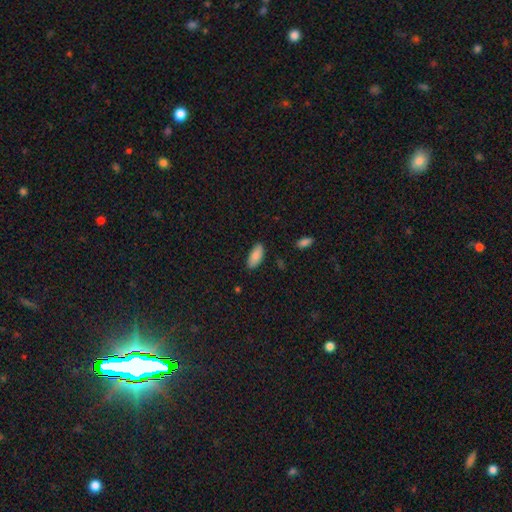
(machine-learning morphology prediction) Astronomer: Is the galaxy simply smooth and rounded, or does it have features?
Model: smooth — 87%.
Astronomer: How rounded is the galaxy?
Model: in between — 86%.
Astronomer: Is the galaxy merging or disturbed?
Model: none — 85%.